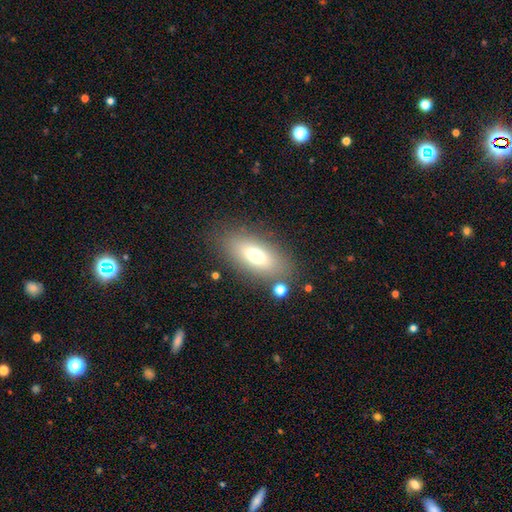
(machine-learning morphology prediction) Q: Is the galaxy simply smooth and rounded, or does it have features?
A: smooth — 68%.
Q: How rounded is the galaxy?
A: in between — 82%.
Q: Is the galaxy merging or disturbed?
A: none — 79%.